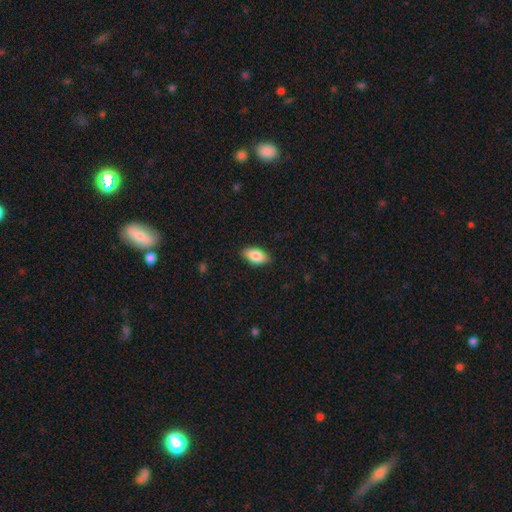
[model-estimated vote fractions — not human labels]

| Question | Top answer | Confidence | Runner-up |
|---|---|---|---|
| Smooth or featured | smooth | 85% | featured or disk (8%) |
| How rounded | in between | 93% | cigar-shaped (4%) |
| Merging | none | 87% | minor disturbance (10%) |